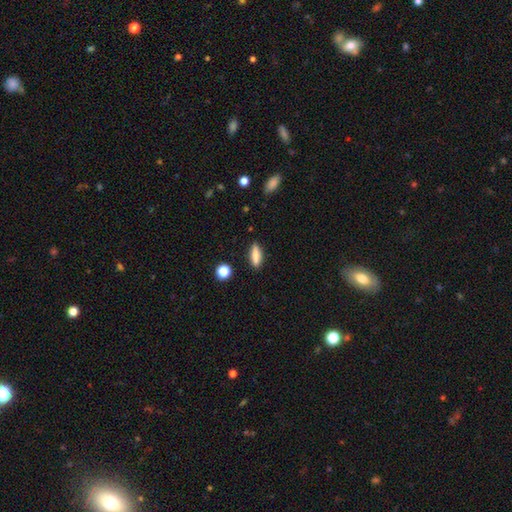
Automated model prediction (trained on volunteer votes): This appears to be a smooth galaxy with no disk features (80%) that is cigar-shaped (50%). Merging: none (87%).